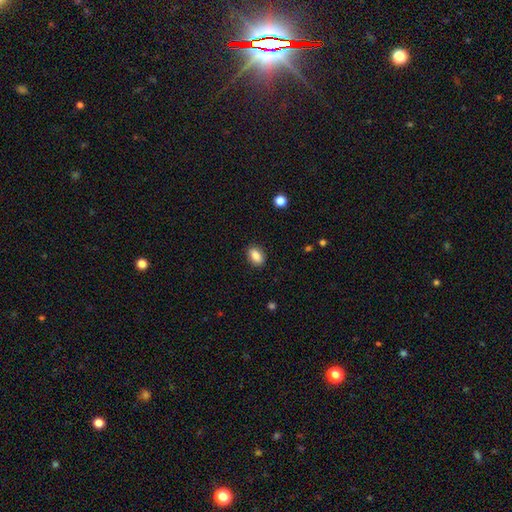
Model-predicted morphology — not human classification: type=smooth (87%); roundness=in between (83%); merging=none (89%).